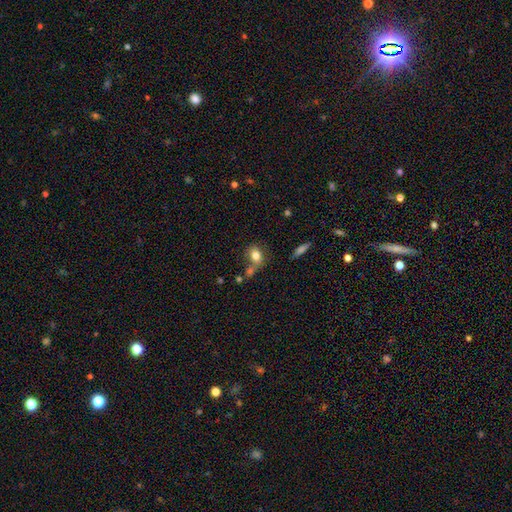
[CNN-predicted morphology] Smooth or featured? smooth (79%)
How rounded? in between (62%)
Merging? none (47%)